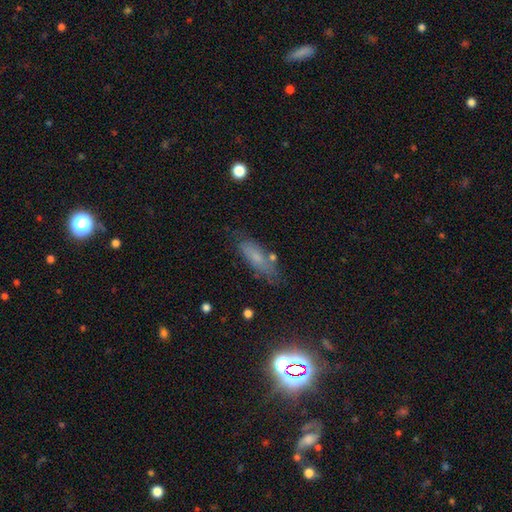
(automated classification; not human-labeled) Q: Smooth or featured?
A: smooth (60%); runner-up: featured or disk (24%)
Q: How rounded?
A: in between (54%); runner-up: cigar-shaped (43%)
Q: Merging?
A: none (68%); runner-up: minor disturbance (20%)